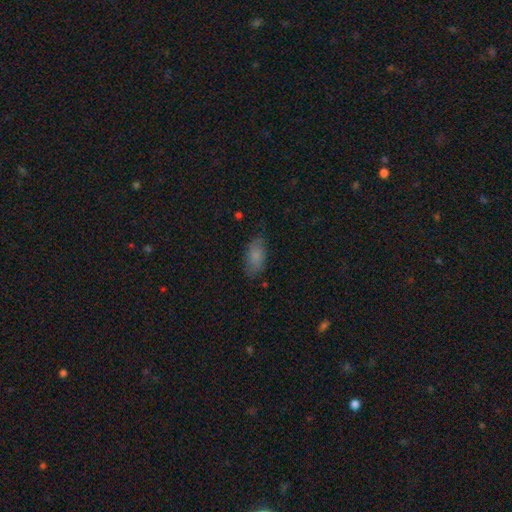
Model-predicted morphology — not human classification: A smooth galaxy with no disk features (79%) that is in between round and cigar-shaped (89%). Merging: none (75%).